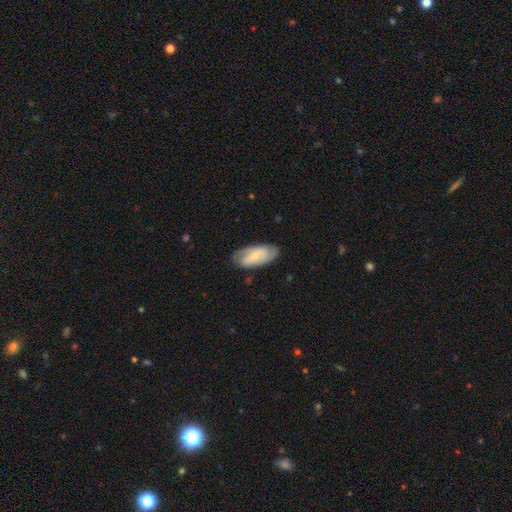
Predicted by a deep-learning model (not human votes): A featured or disk galaxy (61%) with a weak bar (41%), spiral arms (84%) and a small central bulge (62%).

Vote fractions:
- Smooth or featured? featured or disk: 61% / smooth: 33% / star or artifact: 6%
- Edge-on disk? no: 92% / yes: 8%
- Bar? weak: 41% / no: 33% / strong: 26%
- Spiral arms? yes: 84% / no: 16%
- Bulge size? small: 62% / moderate: 32% / none: 3% / large: 2% / dominant: 1%
- Merging? none: 77% / minor disturbance: 18% / major disturbance: 5% / merger: 1%